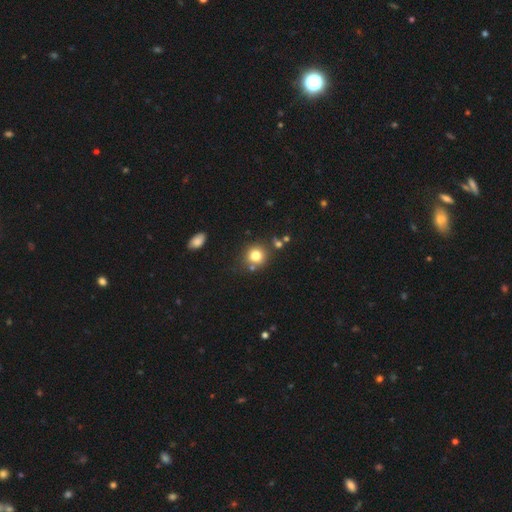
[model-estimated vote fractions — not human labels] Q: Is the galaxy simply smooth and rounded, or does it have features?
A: smooth — 79%.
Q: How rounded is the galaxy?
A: round — 87%.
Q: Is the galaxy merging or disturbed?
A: none — 74%.